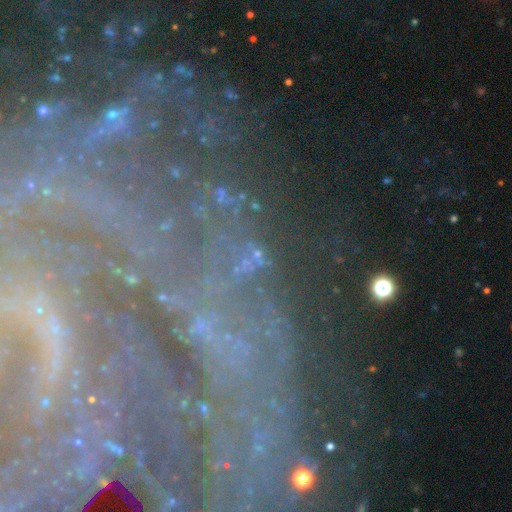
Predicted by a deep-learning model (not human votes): Q: Smooth or featured?
A: star or artifact (58%); runner-up: smooth (23%)